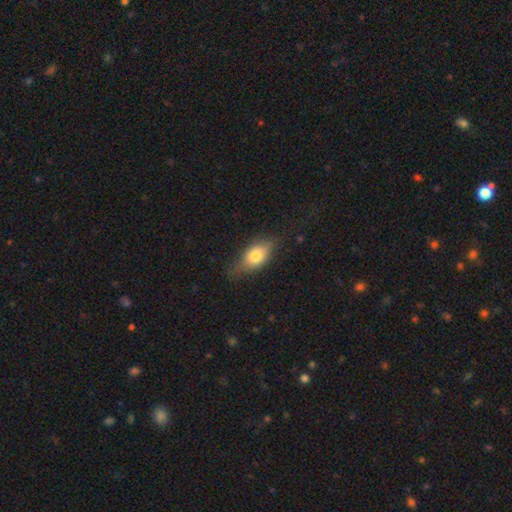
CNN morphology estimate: This is likely a smooth galaxy (74%). How rounded: clearly in between (83%). Merging: likely none (66%).